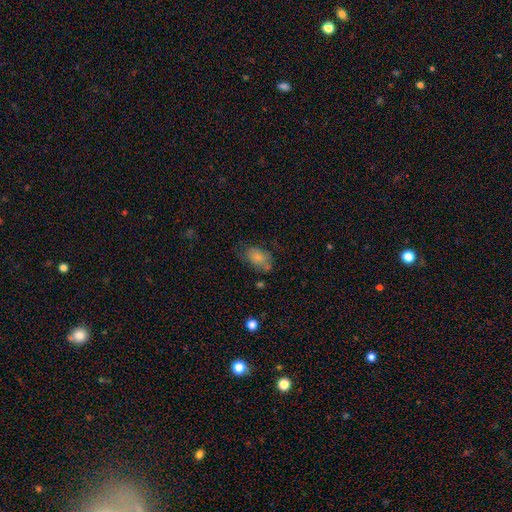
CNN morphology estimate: type=smooth (60%); roundness=in between (81%); merging=none (61%).